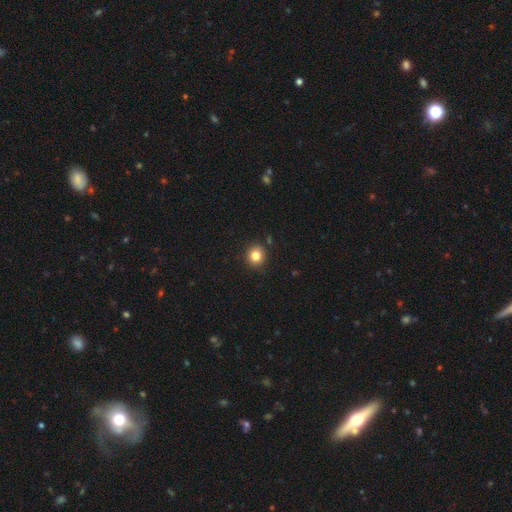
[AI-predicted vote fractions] Smooth or featured? Predicted: smooth (p=0.83). How rounded? Predicted: round (p=0.87). Merging? Predicted: none (p=0.89).